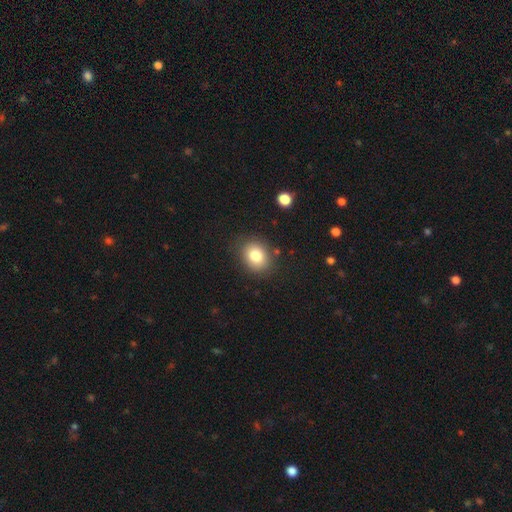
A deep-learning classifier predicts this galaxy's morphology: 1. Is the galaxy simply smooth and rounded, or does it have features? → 81% smooth, 10% star or artifact, 9% featured or disk.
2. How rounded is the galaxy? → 52% round, 47% in between, 1% cigar-shaped.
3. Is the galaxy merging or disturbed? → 85% none, 10% minor disturbance, 3% major disturbance, 2% merger.